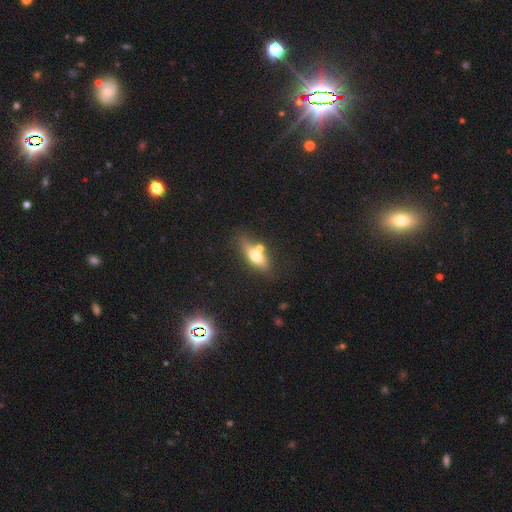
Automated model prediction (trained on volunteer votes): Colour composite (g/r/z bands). It shows a smooth galaxy with no disk features (61%) that is in between round and cigar-shaped (62%). Merging: none (57%).